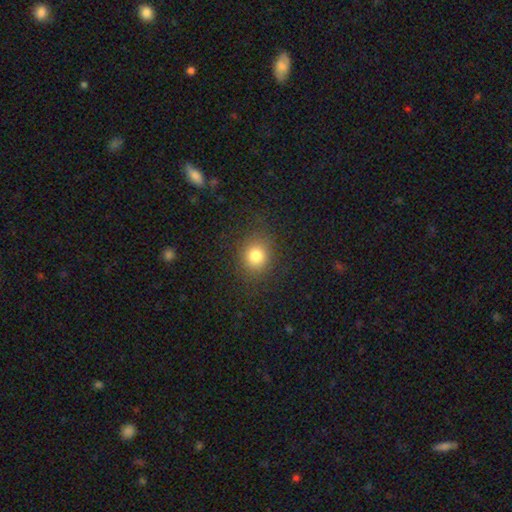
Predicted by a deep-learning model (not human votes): Morphology: type=smooth (81%); roundness=round (75%); merging=none (85%).